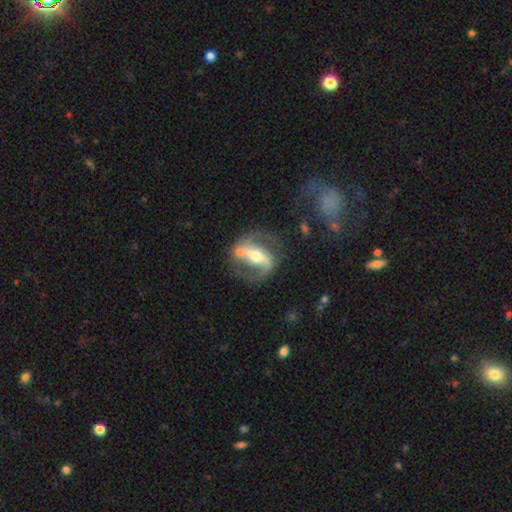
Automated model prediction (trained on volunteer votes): smooth_or_featured: featured or disk (p=0.85) [alt: smooth p=0.10]
disk_edge_on: no (p=0.93) [alt: yes p=0.07]
bar: strong (p=0.62) [alt: weak p=0.24]
has_spiral_arms: yes (p=0.89) [alt: no p=0.11]
spiral_winding: medium (p=0.46) [alt: loose p=0.37]
spiral_arm_count: 2 (p=0.86) [alt: 1 p=0.07]
bulge_size: moderate (p=0.66) [alt: small p=0.23]
merging: none (p=0.65) [alt: minor disturbance p=0.16]